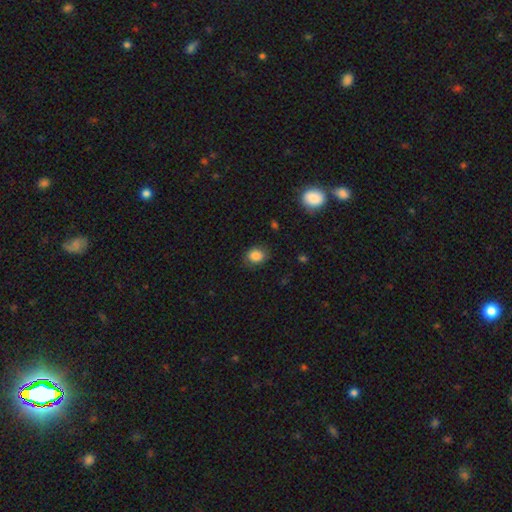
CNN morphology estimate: This appears to be a smooth galaxy with no disk features (83%) that is round (52%). Merging: none (77%).